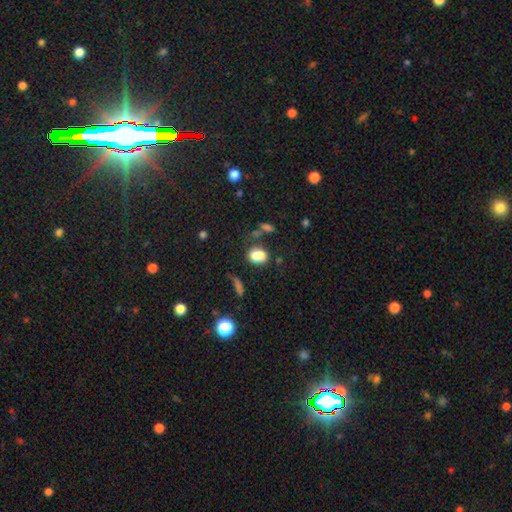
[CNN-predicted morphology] Smooth or featured?
  - smooth: 77% *
  - star or artifact: 13%
  - featured or disk: 11%
How rounded?
  - in between: 62% *
  - round: 36%
  - cigar-shaped: 2%
Merging?
  - none: 45% *
  - merger: 27%
  - minor disturbance: 18%
  - major disturbance: 10%